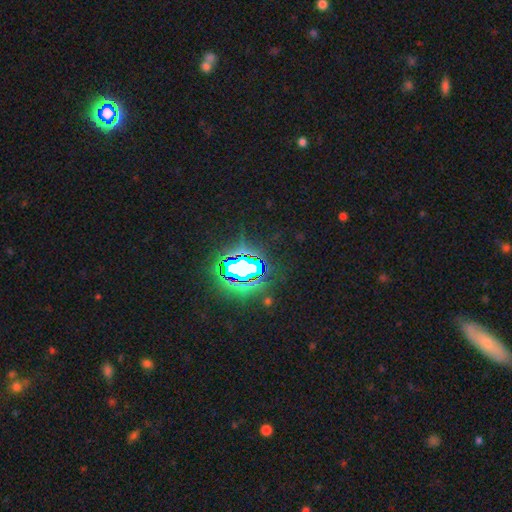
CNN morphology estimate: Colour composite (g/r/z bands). It shows a star or artifact, not a galaxy (79%).